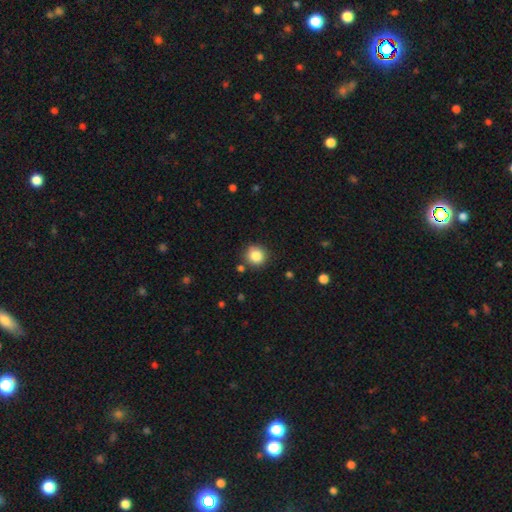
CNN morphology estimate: Q: Smooth or featured?
A: smooth (85%); runner-up: star or artifact (10%)
Q: How rounded?
A: round (91%); runner-up: in between (8%)
Q: Merging?
A: none (87%); runner-up: minor disturbance (8%)